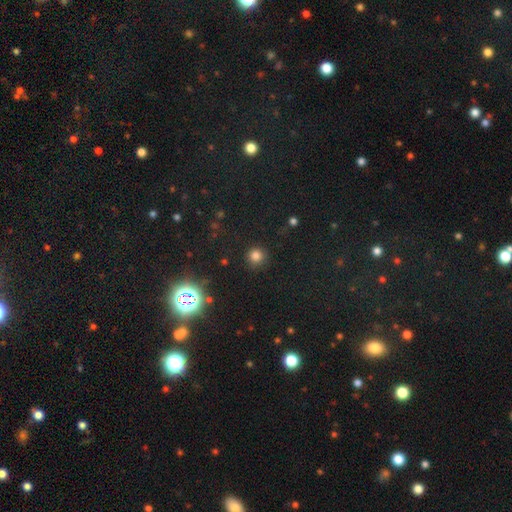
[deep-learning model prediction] A smooth galaxy with no disk features (77%) that is round (93%). Merging: none (88%).